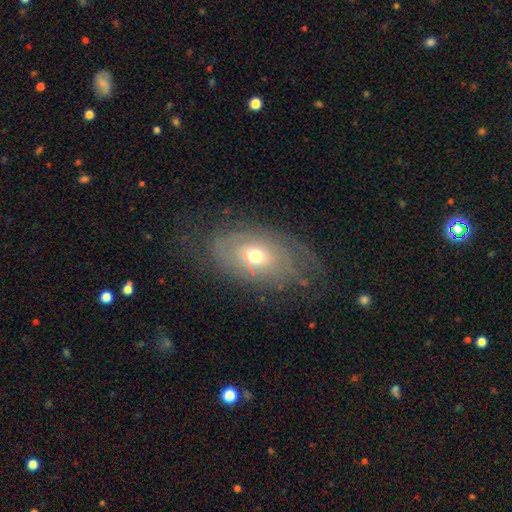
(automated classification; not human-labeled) smooth_or_featured: featured or disk (p=0.55) [alt: smooth p=0.36]
disk_edge_on: no (p=0.89) [alt: yes p=0.11]
merging: none (p=0.62) [alt: minor disturbance p=0.23]